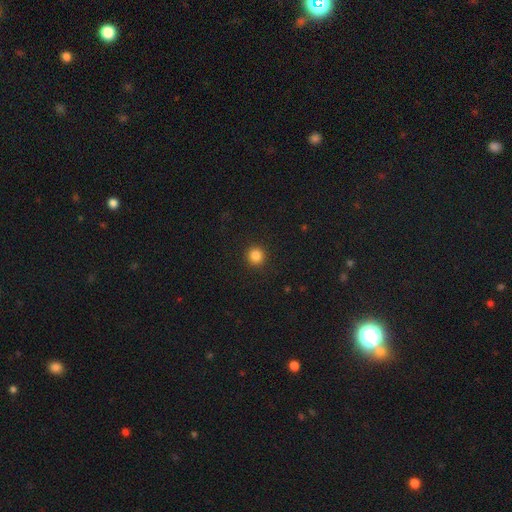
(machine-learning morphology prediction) Smooth or featured? smooth (85%)
How rounded? round (95%)
Merging? none (93%)